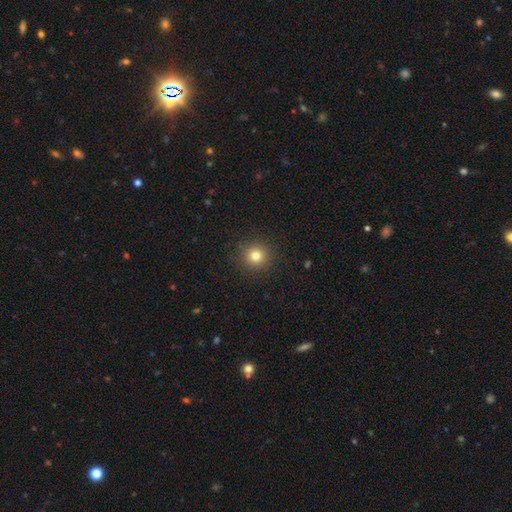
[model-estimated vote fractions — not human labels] The model was most divided on "smooth or featured": smooth: 79%, star or artifact: 14%, featured or disk: 7%. More confident: how rounded — round (94%); merging — none (91%).